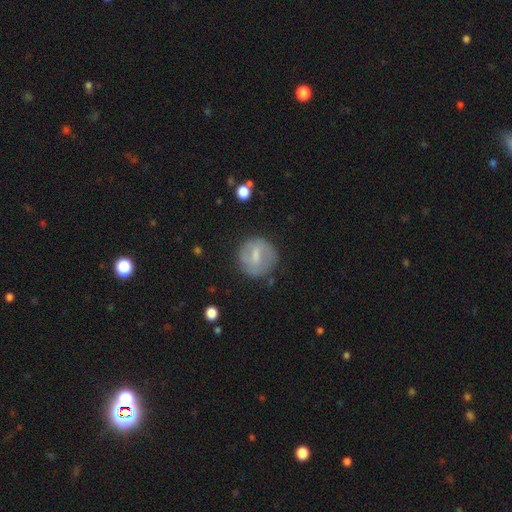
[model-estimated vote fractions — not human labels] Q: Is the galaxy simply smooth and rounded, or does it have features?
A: smooth — 49%.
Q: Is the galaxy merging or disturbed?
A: none — 77%.